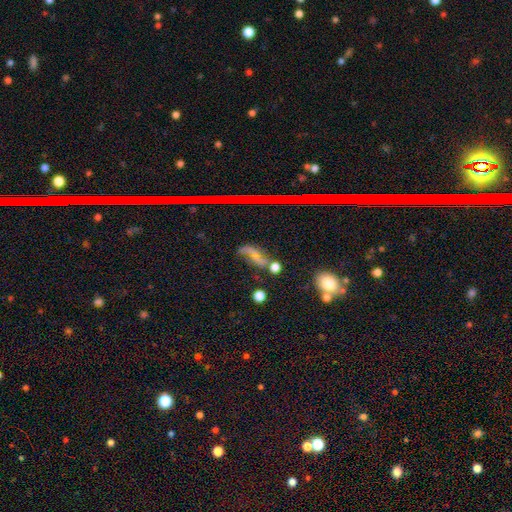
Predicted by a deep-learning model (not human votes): Morphology: type=smooth (36%); merging=none (50%).